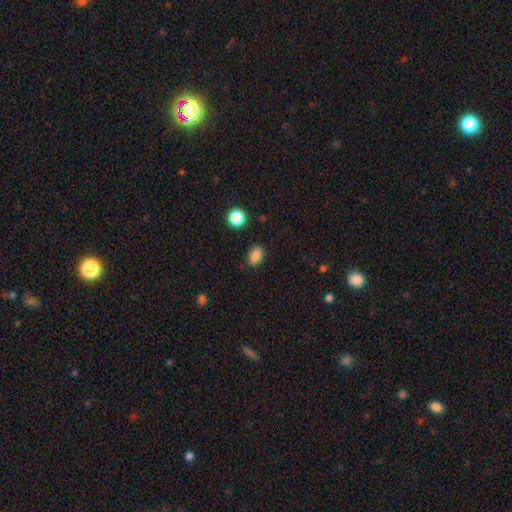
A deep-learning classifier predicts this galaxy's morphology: smooth_or_featured: smooth (p=0.84) [alt: star or artifact p=0.10]
how_rounded: in between (p=0.77) [alt: round p=0.21]
merging: none (p=0.84) [alt: minor disturbance p=0.11]